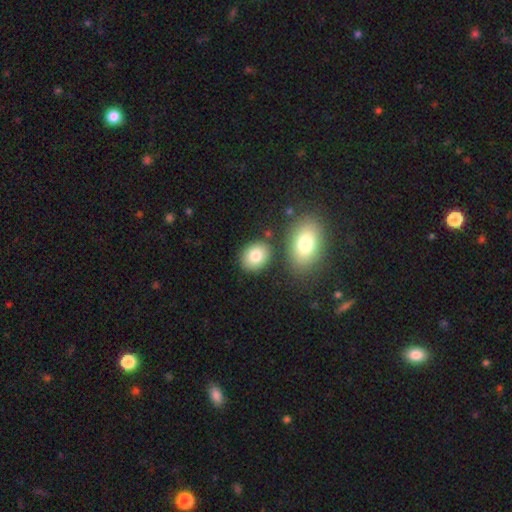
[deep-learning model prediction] This appears to be a smooth galaxy with no disk features (80%) that is in between round and cigar-shaped (60%). Merging: none (78%).